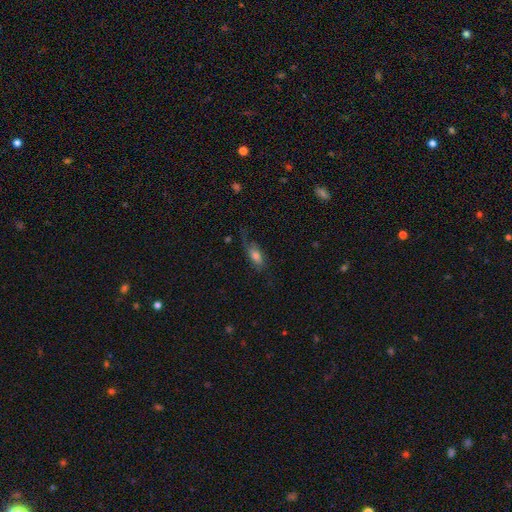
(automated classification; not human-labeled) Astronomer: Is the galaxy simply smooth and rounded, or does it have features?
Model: smooth — 67%.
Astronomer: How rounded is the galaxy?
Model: in between — 83%.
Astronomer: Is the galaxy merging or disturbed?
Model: none — 44% (runner-up: major disturbance, 27%).